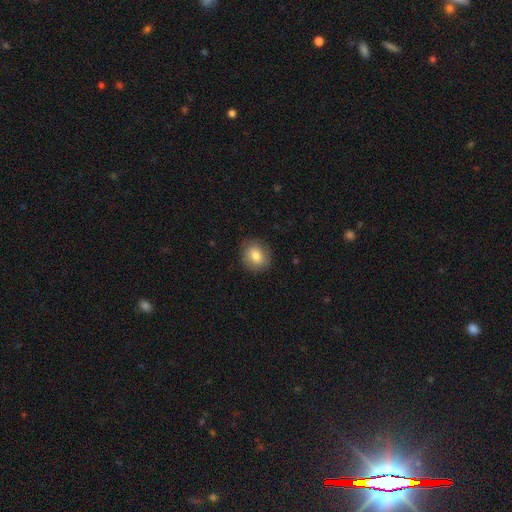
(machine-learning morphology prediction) Smooth or featured: smooth — 79% (featured or disk — 13%)
How rounded: round — 68% (in between — 31%)
Merging: none — 86% (minor disturbance — 10%)